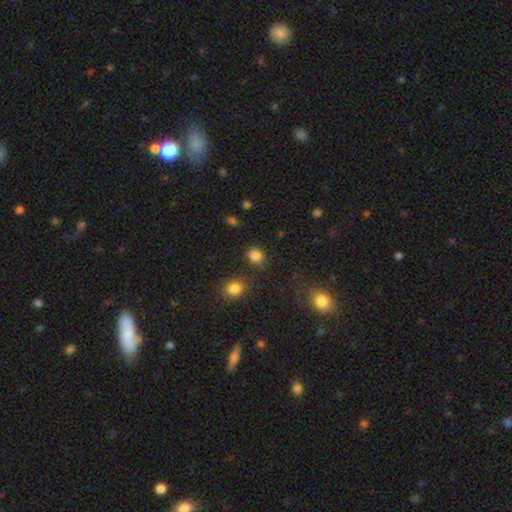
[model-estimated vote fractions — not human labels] Overall: smooth (84%). How rounded: round (73%). Merging: none (79%).